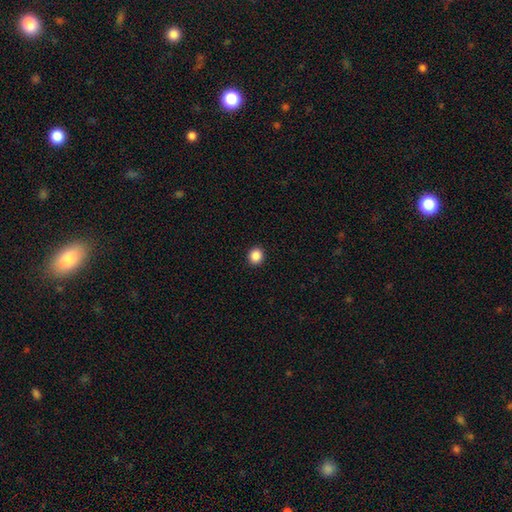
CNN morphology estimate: smooth_or_featured: smooth (p=0.88) [alt: star or artifact p=0.09]
how_rounded: round (p=0.83) [alt: in between p=0.16]
merging: none (p=0.93) [alt: minor disturbance p=0.04]